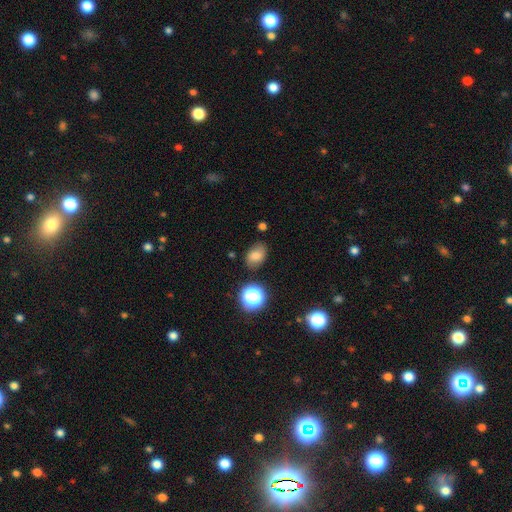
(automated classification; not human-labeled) Q: Smooth or featured?
A: smooth (73%); runner-up: star or artifact (14%)
Q: How rounded?
A: in between (75%); runner-up: round (24%)
Q: Merging?
A: none (75%); runner-up: minor disturbance (17%)